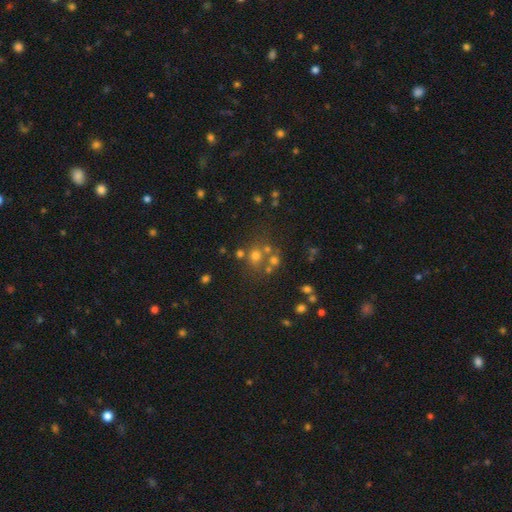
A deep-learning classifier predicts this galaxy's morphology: Smooth or featured? Predicted: smooth (p=0.55). How rounded? Predicted: round (p=0.80). Merging? Predicted: none (p=0.56).